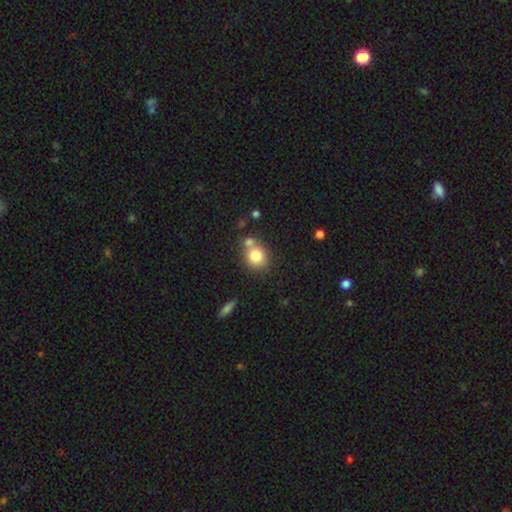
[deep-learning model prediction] Morphology: type=smooth (79%); roundness=round (75%); merging=none (57%).